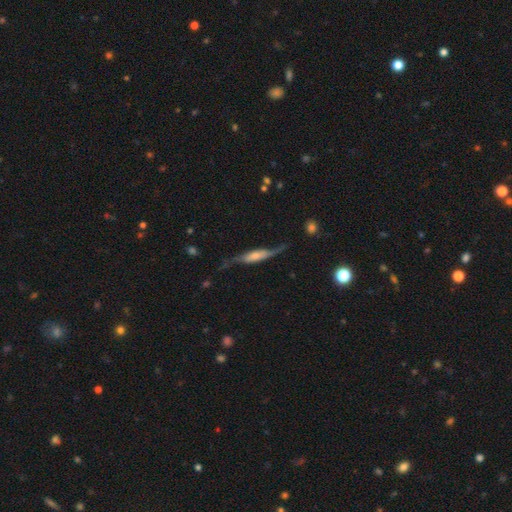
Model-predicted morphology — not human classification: Overall: featured or disk (68%). Edge-on disk: yes (54%; no 46%). Merging: none (54%; minor disturbance 25%).